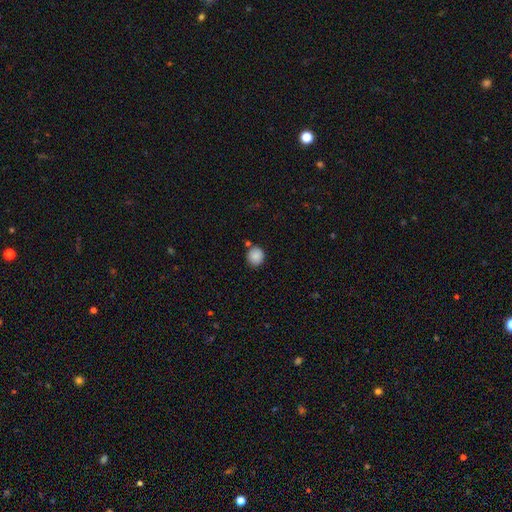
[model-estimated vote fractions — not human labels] Smooth or featured? Predicted: smooth (p=0.87). How rounded? Predicted: round (p=0.87). Merging? Predicted: none (p=0.79).